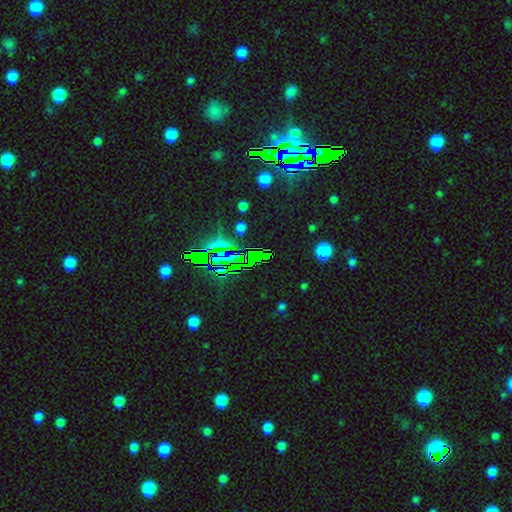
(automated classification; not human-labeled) Q: Smooth or featured?
A: star or artifact (74%); runner-up: smooth (16%)